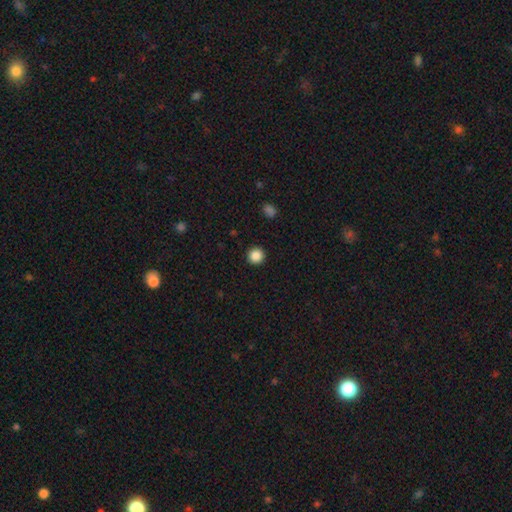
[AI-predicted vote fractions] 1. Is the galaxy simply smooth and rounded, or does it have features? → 86% smooth, 10% star or artifact, 3% featured or disk.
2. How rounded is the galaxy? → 96% round, 3% in between, 1% cigar-shaped.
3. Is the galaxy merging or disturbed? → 93% none, 4% minor disturbance, 2% major disturbance, 1% merger.